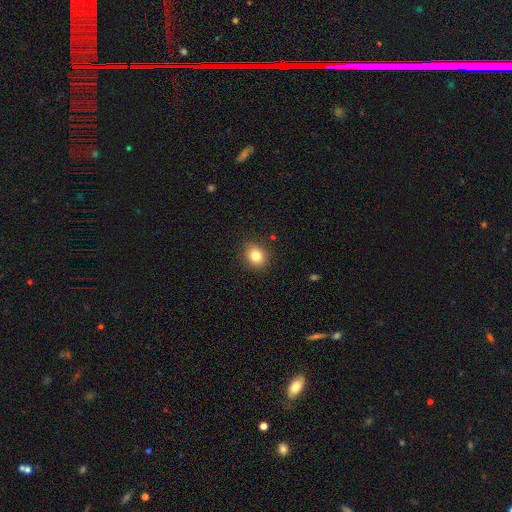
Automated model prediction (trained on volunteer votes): A smooth galaxy with no disk features (82%) that is round (65%). Merging: none (89%).